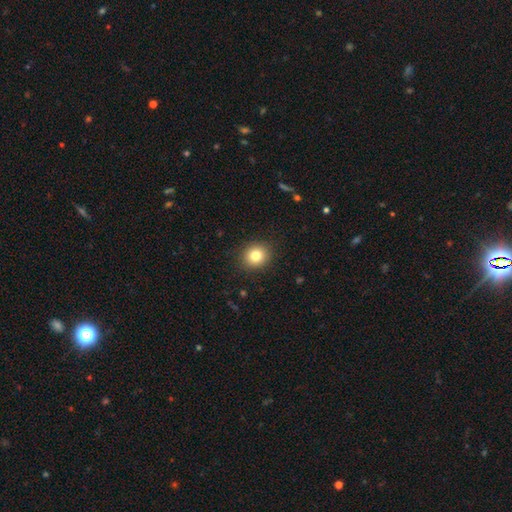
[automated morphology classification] Smooth or featured? Predicted: smooth (p=0.81). How rounded? Predicted: round (p=0.77). Merging? Predicted: none (p=0.90).